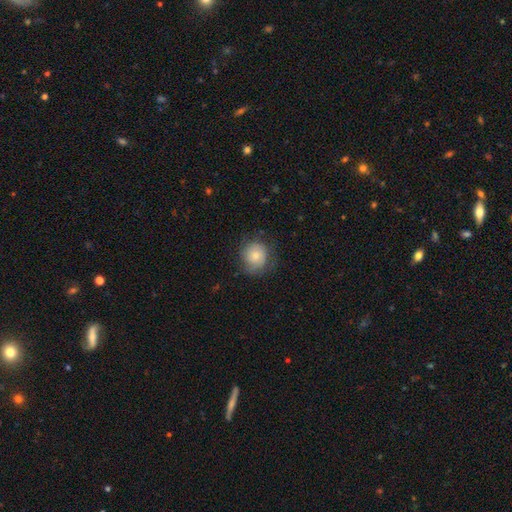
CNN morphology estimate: type=smooth (74%); roundness=round (86%); merging=none (71%).